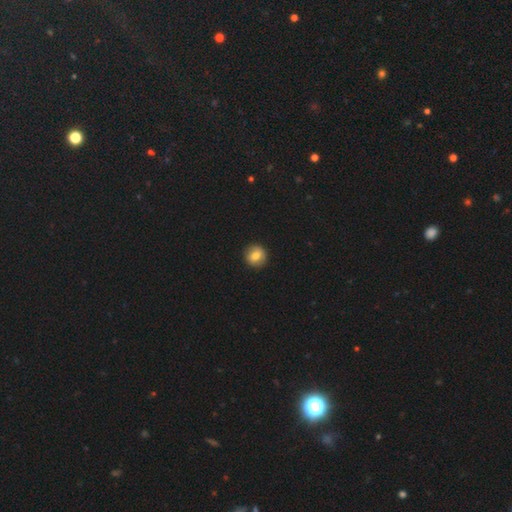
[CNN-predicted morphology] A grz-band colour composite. It shows a smooth galaxy with no disk features (73%) that is round (90%). Merging: none (89%).